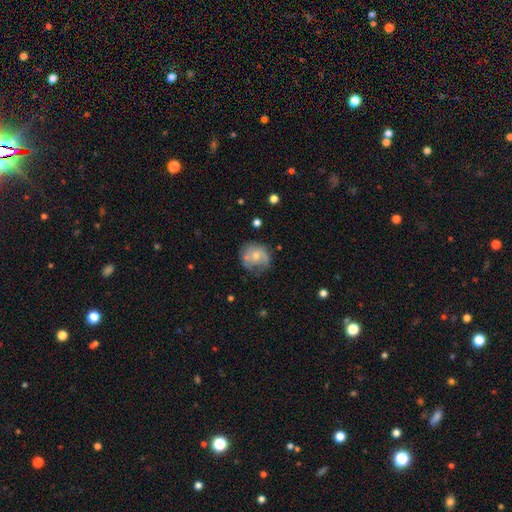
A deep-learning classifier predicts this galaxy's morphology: Smooth or featured? featured or disk (48%)
Merging? none (52%)